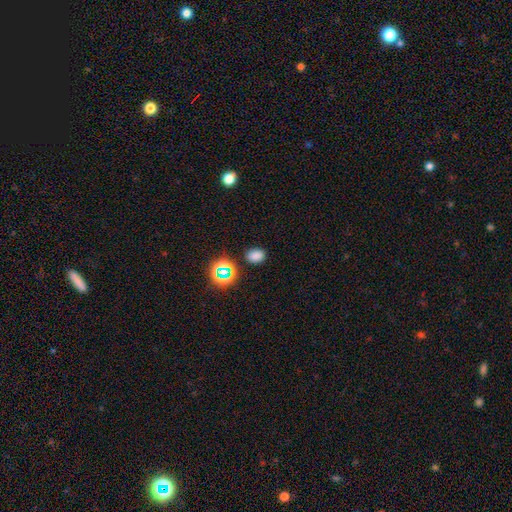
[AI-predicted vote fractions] Smooth or featured? smooth (76%)
How rounded? in between (65%)
Merging? none (85%)